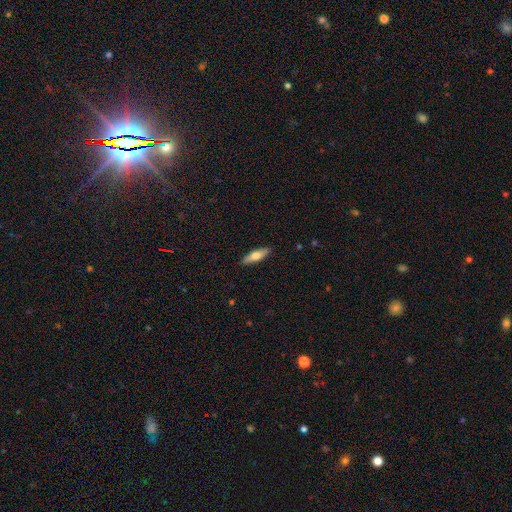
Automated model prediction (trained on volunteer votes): smooth 66%, featured or disk 28%, star or artifact 6%. Down the decision tree: how rounded — cigar-shaped (58%); merging — none (89%).